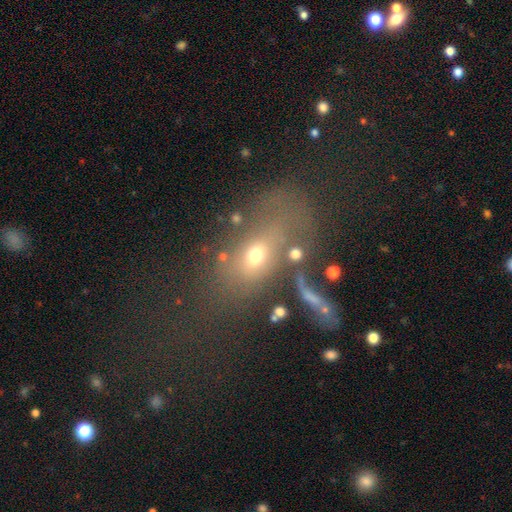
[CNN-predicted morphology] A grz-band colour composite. It shows a smooth galaxy with no disk features (58%) that is in between round and cigar-shaped (76%). Merging: none (41%).